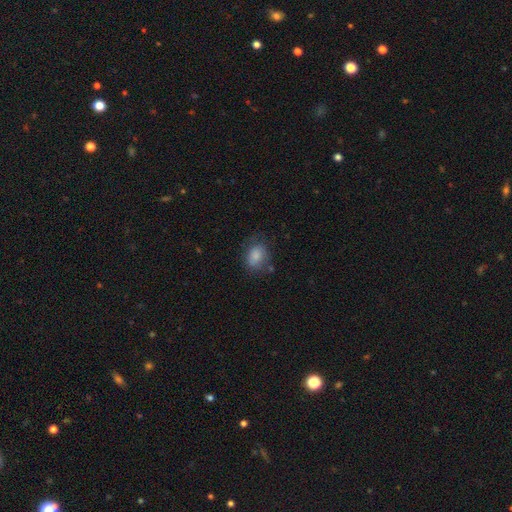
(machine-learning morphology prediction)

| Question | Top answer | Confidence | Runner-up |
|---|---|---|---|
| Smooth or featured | smooth | 82% | featured or disk (10%) |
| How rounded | in between | 62% | round (37%) |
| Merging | none | 63% | minor disturbance (24%) |